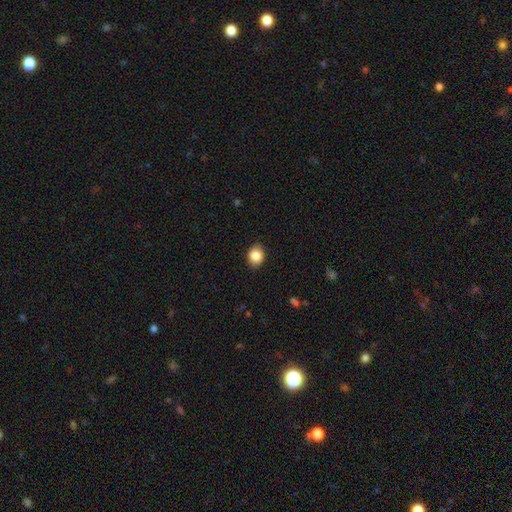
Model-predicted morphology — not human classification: This is clearly a smooth galaxy (86%). How rounded: likely round (67%). Merging: clearly none (90%).